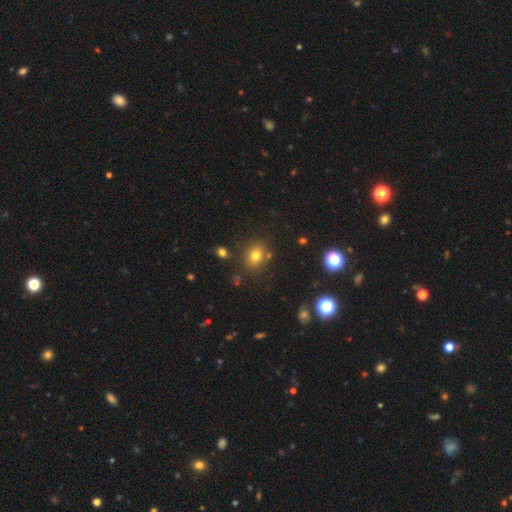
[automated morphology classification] A smooth galaxy with no disk features (75%) that is round (62%). Merging: none (79%).